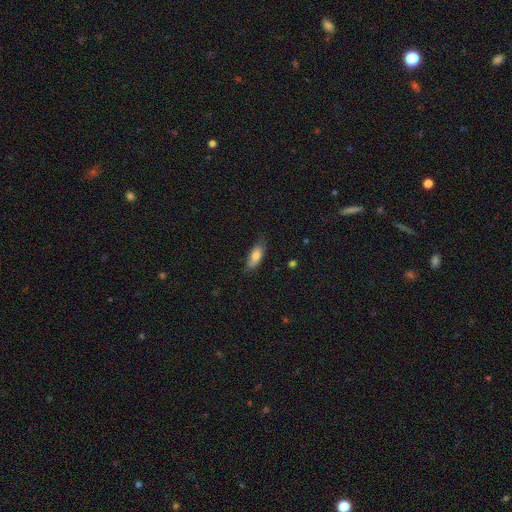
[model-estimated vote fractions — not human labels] The model was most divided on "merging": none: 72%, minor disturbance: 22%, major disturbance: 4%, merger: 1%. More confident: smooth or featured — smooth (78%); how rounded — in between (76%).